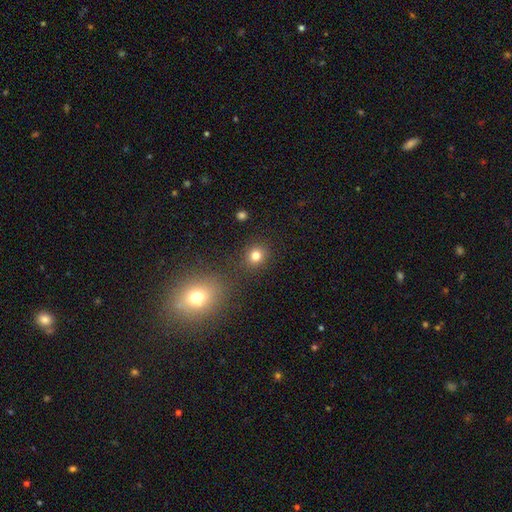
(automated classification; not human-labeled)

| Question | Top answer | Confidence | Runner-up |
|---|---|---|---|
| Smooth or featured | smooth | 80% | star or artifact (14%) |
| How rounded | round | 81% | in between (18%) |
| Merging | none | 84% | minor disturbance (8%) |